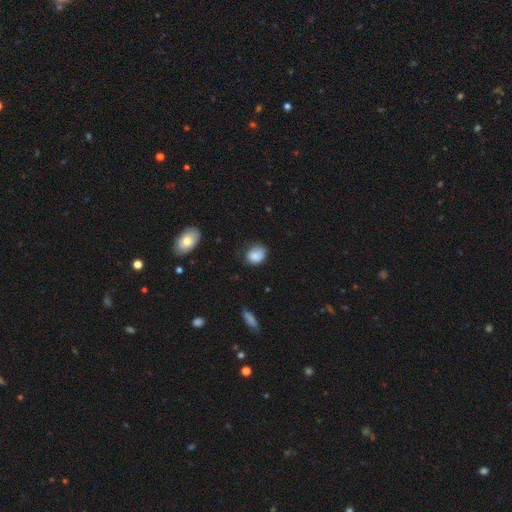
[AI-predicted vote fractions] Smooth or featured? smooth (83%)
How rounded? round (54%)
Merging? none (59%)